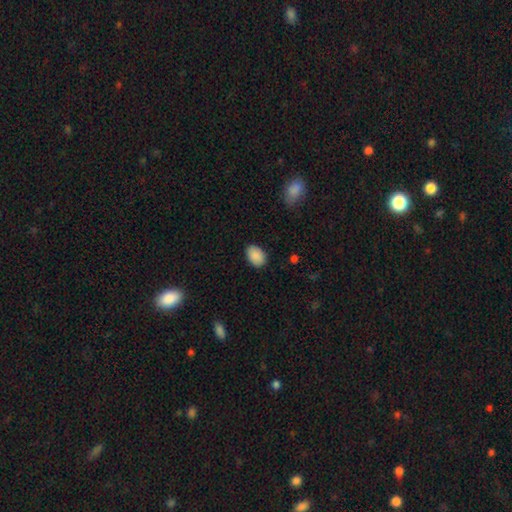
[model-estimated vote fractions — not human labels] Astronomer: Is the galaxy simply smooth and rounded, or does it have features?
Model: smooth — 89%.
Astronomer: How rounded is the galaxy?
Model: in between — 82%.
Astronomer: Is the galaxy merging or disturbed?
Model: none — 86%.